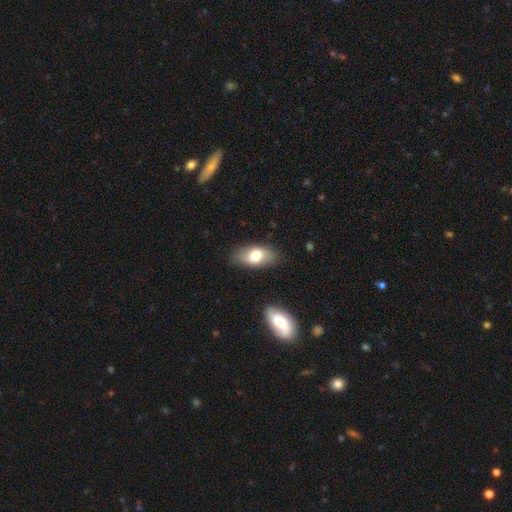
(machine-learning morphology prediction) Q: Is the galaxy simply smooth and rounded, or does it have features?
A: smooth — 74%.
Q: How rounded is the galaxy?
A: in between — 91%.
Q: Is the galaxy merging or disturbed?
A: none — 81%.